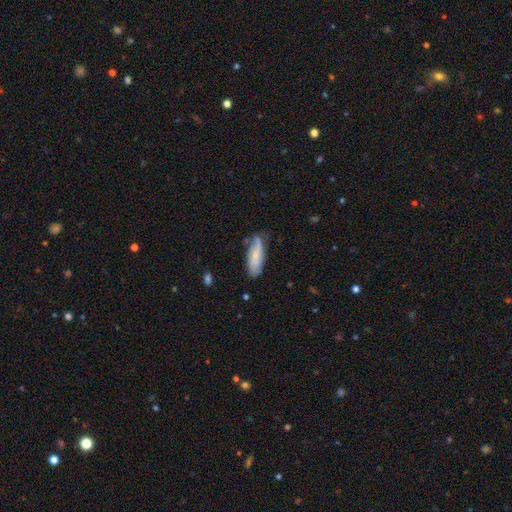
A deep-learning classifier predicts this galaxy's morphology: Overall: smooth (68%). How rounded: in between (59%; cigar-shaped 39%). Merging: none (64%; minor disturbance 27%).